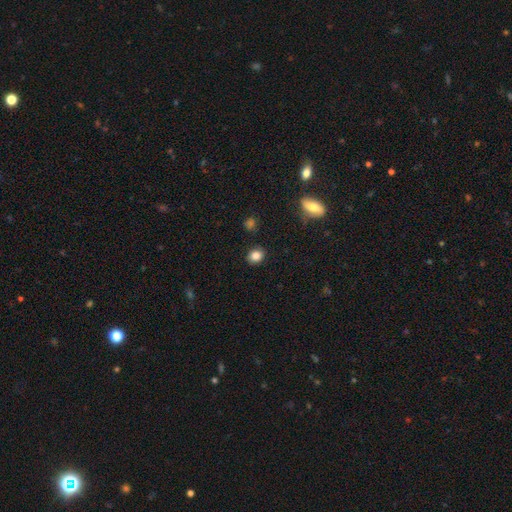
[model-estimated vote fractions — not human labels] smooth 85%, star or artifact 10%, featured or disk 5%. Down the decision tree: how rounded — round (62%); merging — none (88%).